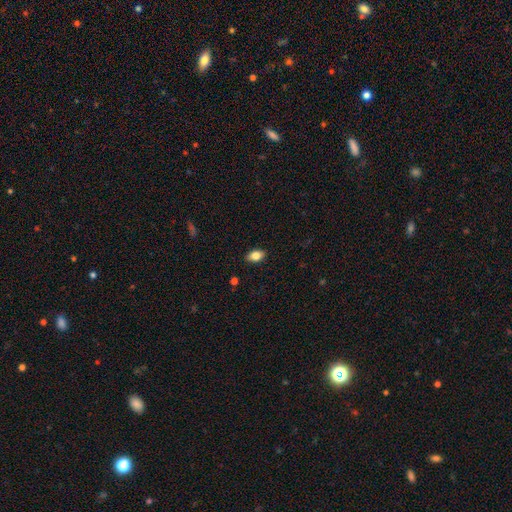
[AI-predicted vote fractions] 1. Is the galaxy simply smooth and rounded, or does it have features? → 80% smooth, 12% featured or disk, 8% star or artifact.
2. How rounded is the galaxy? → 89% in between, 8% round, 3% cigar-shaped.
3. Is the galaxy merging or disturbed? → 88% none, 9% minor disturbance, 2% major disturbance, 1% merger.